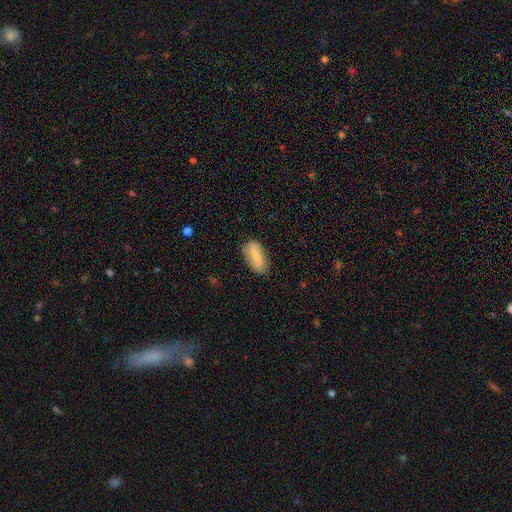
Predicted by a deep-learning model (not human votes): Smooth or featured: smooth — 69% (featured or disk — 24%)
How rounded: in between — 83% (cigar-shaped — 14%)
Merging: none — 76% (minor disturbance — 18%)